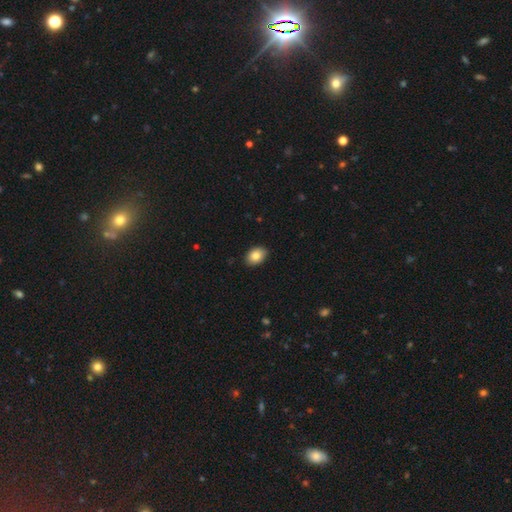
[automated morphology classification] Smooth or featured: smooth — 85% (star or artifact — 8%)
How rounded: in between — 79% (round — 20%)
Merging: none — 88% (minor disturbance — 9%)